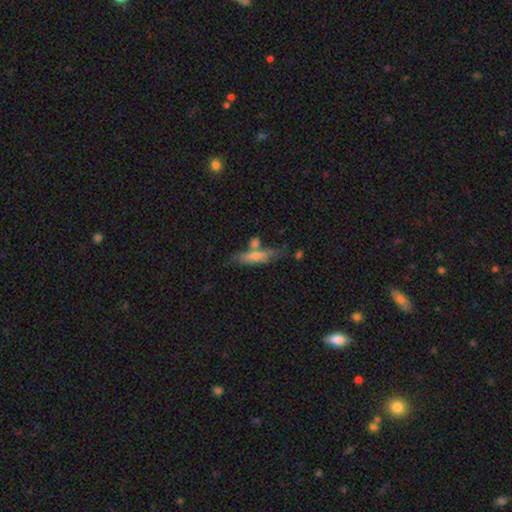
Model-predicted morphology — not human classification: A smooth galaxy with no disk features (58%) that is cigar-shaped (71%).

Vote fractions:
- Smooth or featured? smooth: 58% / featured or disk: 34% / star or artifact: 8%
- How rounded? cigar-shaped: 71% / in between: 26% / round: 3%
- Merging? none: 62% / merger: 17% / minor disturbance: 16% / major disturbance: 5%